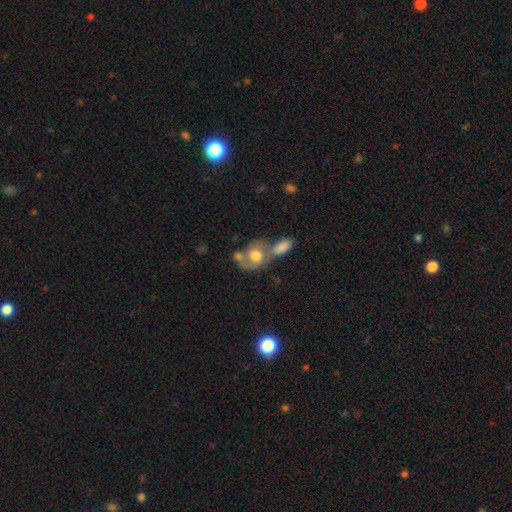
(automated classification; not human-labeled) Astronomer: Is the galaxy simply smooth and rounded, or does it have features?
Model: smooth — 51% (runner-up: featured or disk, 42%).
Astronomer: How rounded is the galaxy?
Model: in between — 56% (runner-up: round, 42%).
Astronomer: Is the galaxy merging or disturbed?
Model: merger — 51%.